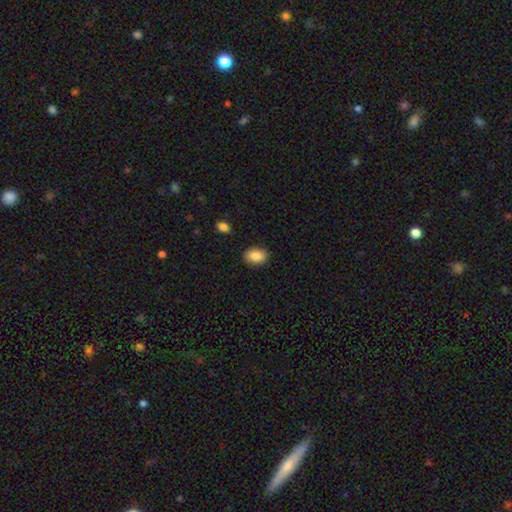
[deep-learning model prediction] smooth-or-featured: smooth: 88% | star or artifact: 7% | featured or disk: 5%
  how-rounded: in between: 86% | round: 13% | cigar-shaped: 1%
  merging: none: 88% | minor disturbance: 9% | major disturbance: 2% | merger: 1%